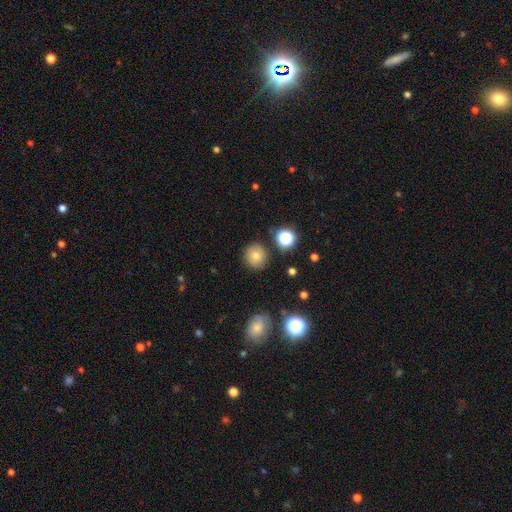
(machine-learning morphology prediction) smooth 77%, star or artifact 13%, featured or disk 9%. Down the decision tree: how rounded — round (90%); merging — none (86%).